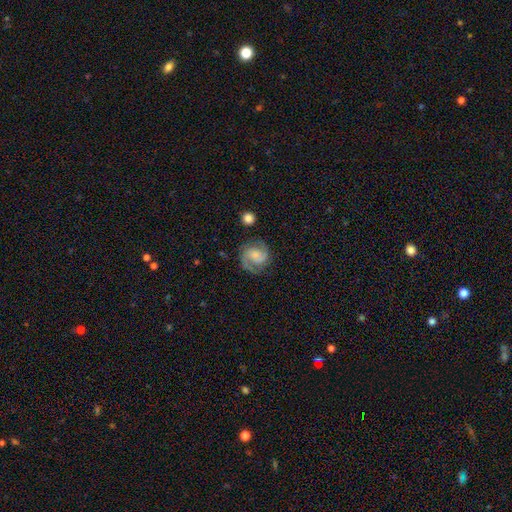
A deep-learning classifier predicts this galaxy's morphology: A featured or disk galaxy (82%) with no bar (55%), 2 (87%) medium (52%) spiral arms (97%) and a small central bulge (39%).

Vote fractions:
- Smooth or featured? featured or disk: 82% / smooth: 12% / star or artifact: 6%
- Edge-on disk? no: 98% / yes: 2%
- Bar? no: 55% / weak: 38% / strong: 7%
- Spiral arms? yes: 97% / no: 3%
- Spiral winding? medium: 52% / tight: 32% / loose: 15%
- Spiral arm count? 2: 87% / can't tell: 4% / 1: 4% / 3: 3% / 4: 1% / more than 4: 1%
- Bulge size? small: 39% / moderate: 32% / none: 21% / large: 7% / dominant: 2%
- Merging? none: 77% / minor disturbance: 14% / major disturbance: 6% / merger: 2%